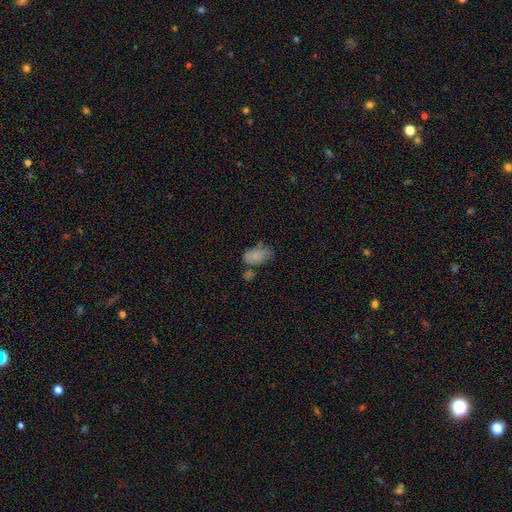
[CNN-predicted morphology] smooth_or_featured: smooth (p=0.79) [alt: featured or disk p=0.12]
how_rounded: in between (p=0.92) [alt: round p=0.06]
merging: none (p=0.47) [alt: minor disturbance p=0.26]